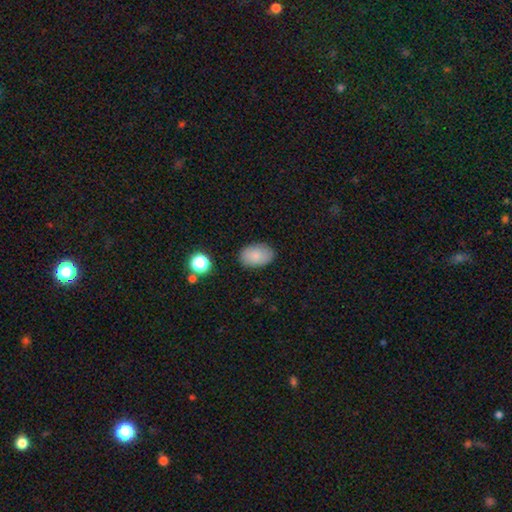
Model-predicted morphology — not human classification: smooth-or-featured: smooth: 83% | featured or disk: 9% | star or artifact: 8%
  how-rounded: in between: 87% | round: 12% | cigar-shaped: 1%
  merging: none: 85% | minor disturbance: 11% | major disturbance: 3% | merger: 1%